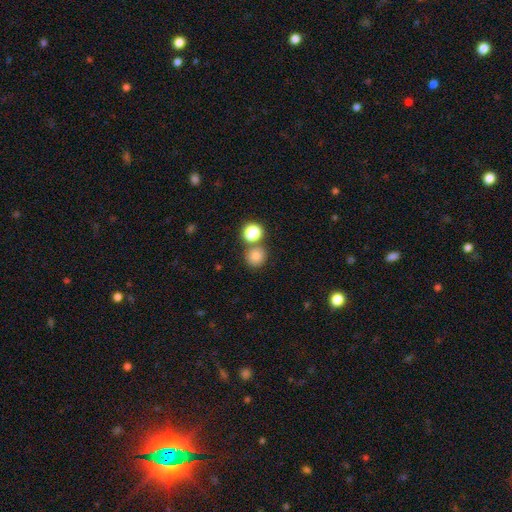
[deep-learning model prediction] A smooth galaxy with no disk features (78%) that is round (90%). Merging: none (70%).